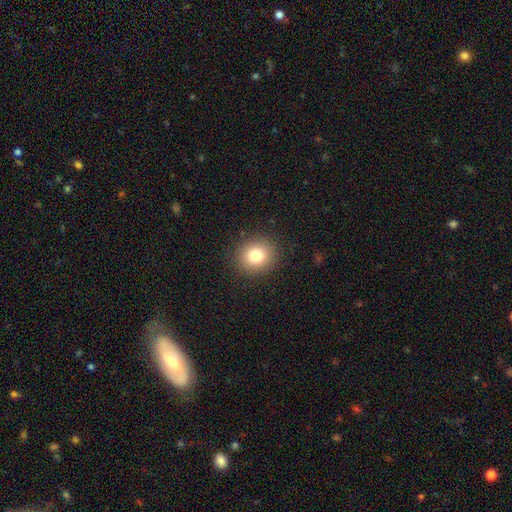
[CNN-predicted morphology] Q: Smooth or featured?
A: smooth (80%); runner-up: star or artifact (12%)
Q: How rounded?
A: round (82%); runner-up: in between (17%)
Q: Merging?
A: none (89%); runner-up: minor disturbance (7%)